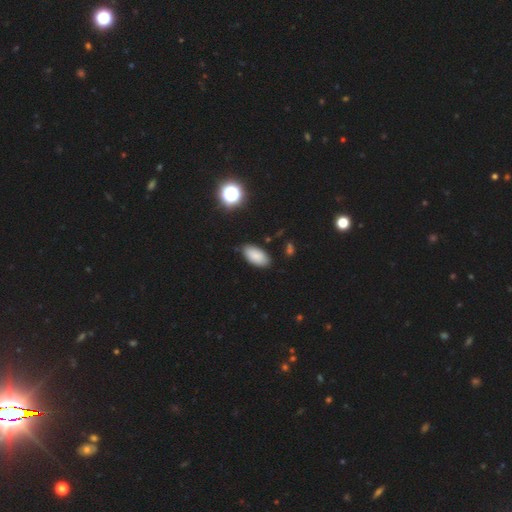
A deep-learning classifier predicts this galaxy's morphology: smooth-or-featured: smooth: 86% | star or artifact: 9% | featured or disk: 5%
  how-rounded: in between: 94% | cigar-shaped: 4% | round: 2%
  merging: none: 83% | minor disturbance: 13% | major disturbance: 2% | merger: 2%